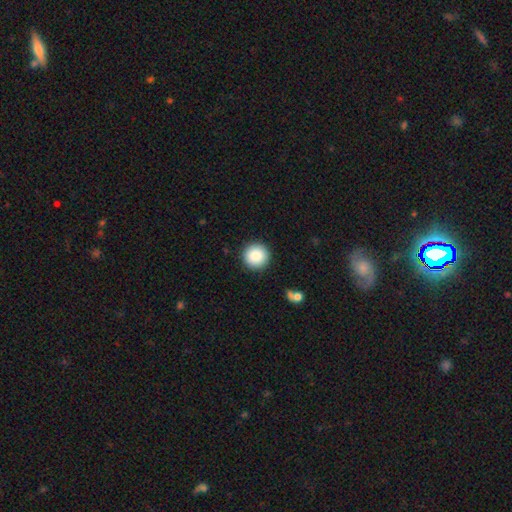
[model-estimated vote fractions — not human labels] A smooth galaxy with no disk features (87%) that is round (96%).

Vote fractions:
- Smooth or featured? smooth: 87% / star or artifact: 8% / featured or disk: 5%
- How rounded? round: 96% / in between: 3% / cigar-shaped: 1%
- Merging? none: 91% / minor disturbance: 5% / major disturbance: 2% / merger: 1%